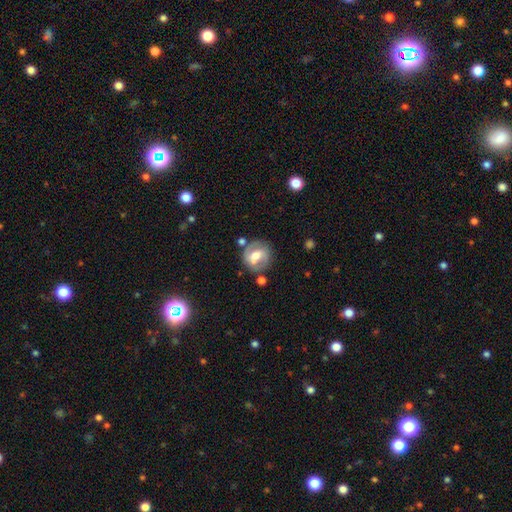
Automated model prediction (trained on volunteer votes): Q: Smooth or featured?
A: featured or disk (53%); runner-up: smooth (40%)
Q: Edge-on disk?
A: no (95%); runner-up: yes (5%)
Q: Bar?
A: weak (44%); runner-up: strong (29%)
Q: Spiral arms?
A: yes (62%); runner-up: no (38%)
Q: Bulge size?
A: moderate (66%); runner-up: small (17%)
Q: Merging?
A: none (70%); runner-up: minor disturbance (16%)